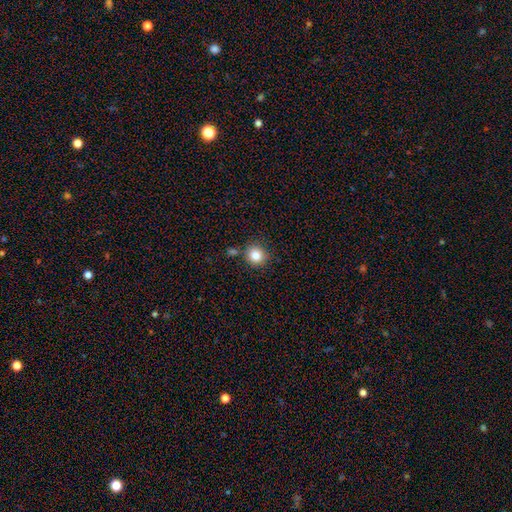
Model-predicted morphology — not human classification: Q: Smooth or featured?
A: smooth (83%); runner-up: star or artifact (11%)
Q: How rounded?
A: round (90%); runner-up: in between (9%)
Q: Merging?
A: none (82%); runner-up: minor disturbance (9%)